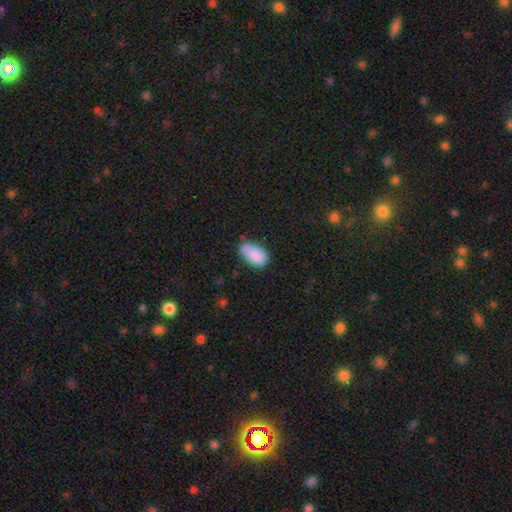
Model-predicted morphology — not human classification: Smooth or featured? smooth (87%)
How rounded? in between (92%)
Merging? none (58%)